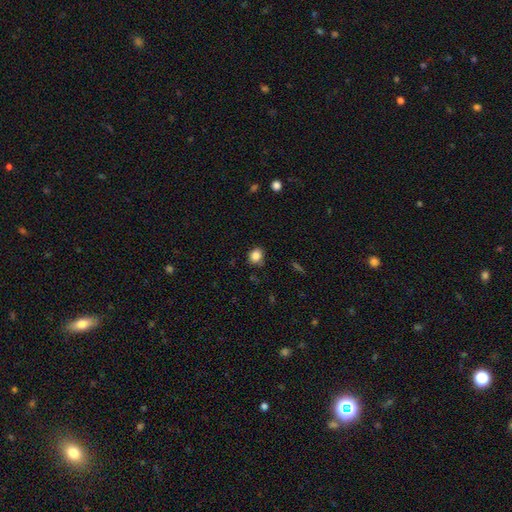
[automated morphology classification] A smooth galaxy with no disk features (85%) that is round (72%).

Vote fractions:
- Smooth or featured? smooth: 85% / star or artifact: 10% / featured or disk: 5%
- How rounded? round: 72% / in between: 27% / cigar-shaped: 1%
- Merging? none: 81% / minor disturbance: 14% / major disturbance: 3% / merger: 2%